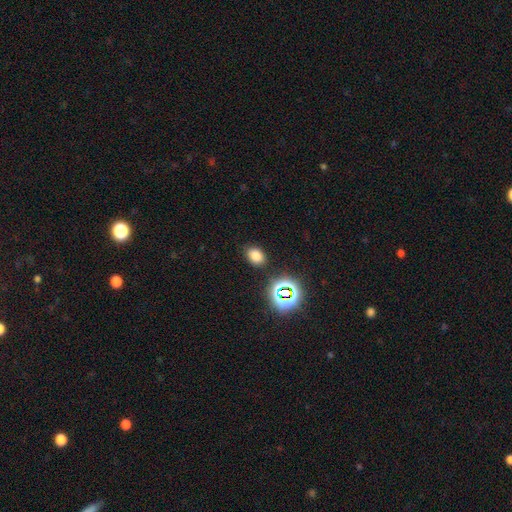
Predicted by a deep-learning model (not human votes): Smooth or featured? smooth (74%)
How rounded? in between (73%)
Merging? none (84%)